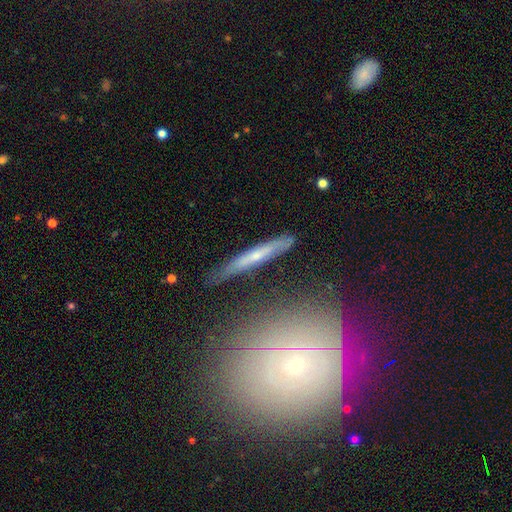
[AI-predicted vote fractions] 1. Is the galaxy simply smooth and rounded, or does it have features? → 54% featured or disk, 38% smooth, 8% star or artifact.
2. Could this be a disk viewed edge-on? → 83% yes, 17% no.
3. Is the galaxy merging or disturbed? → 80% none, 15% minor disturbance, 3% major disturbance, 3% merger.